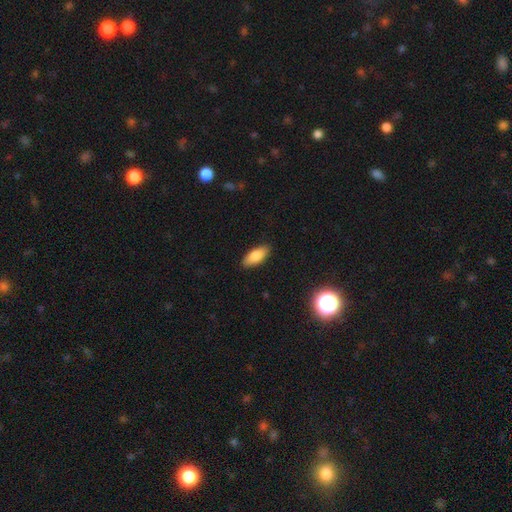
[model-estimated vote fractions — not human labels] A smooth galaxy with no disk features (82%) that is in between round and cigar-shaped (81%).

Vote fractions:
- Smooth or featured? smooth: 82% / featured or disk: 11% / star or artifact: 7%
- How rounded? in between: 81% / cigar-shaped: 16% / round: 2%
- Merging? none: 88% / minor disturbance: 9% / major disturbance: 2% / merger: 1%